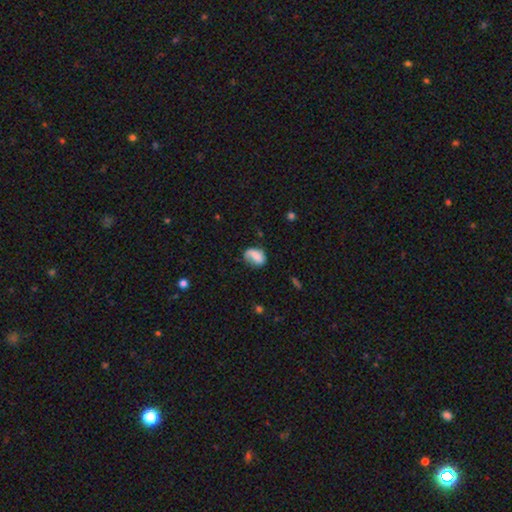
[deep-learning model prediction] The model was most divided on "merging": none: 52%, minor disturbance: 29%, major disturbance: 16%, merger: 3%. More confident: how rounded — in between (74%); smooth or featured — smooth (60%).